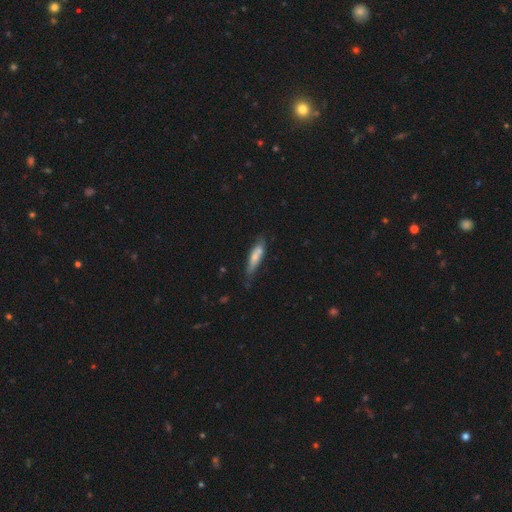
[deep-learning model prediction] smooth_or_featured: smooth (p=0.63) [alt: featured or disk p=0.30]
how_rounded: cigar-shaped (p=0.72) [alt: in between p=0.26]
merging: none (p=0.60) [alt: minor disturbance p=0.24]